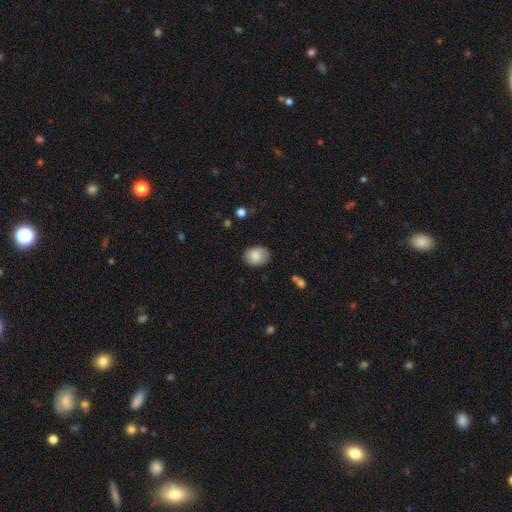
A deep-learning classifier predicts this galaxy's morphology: smooth 83%, featured or disk 10%, star or artifact 7%. Down the decision tree: how rounded — in between (55%); merging — none (81%).